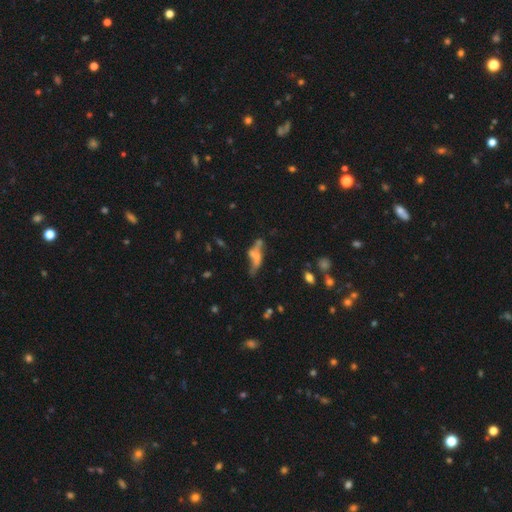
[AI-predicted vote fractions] Overall: featured or disk (50%; smooth 38%). Merging: none (32%; major disturbance 25%).